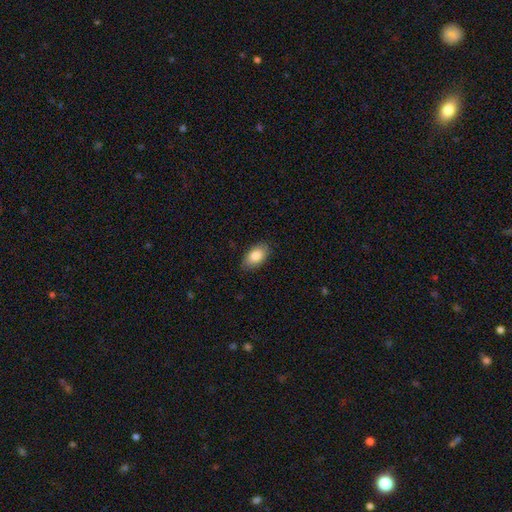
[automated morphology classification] smooth_or_featured: smooth (p=0.85) [alt: featured or disk p=0.08]
how_rounded: in between (p=0.93) [alt: round p=0.05]
merging: none (p=0.84) [alt: minor disturbance p=0.13]